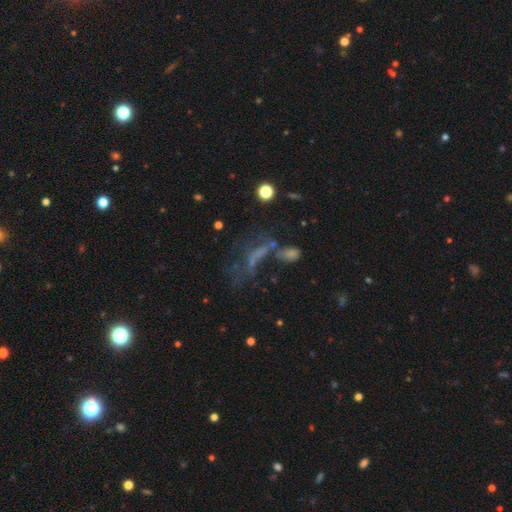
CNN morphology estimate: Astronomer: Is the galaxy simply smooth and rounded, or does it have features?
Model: featured or disk — 34% (runner-up: smooth, 33%).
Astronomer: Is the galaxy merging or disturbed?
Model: major disturbance — 35% (runner-up: none, 31%).